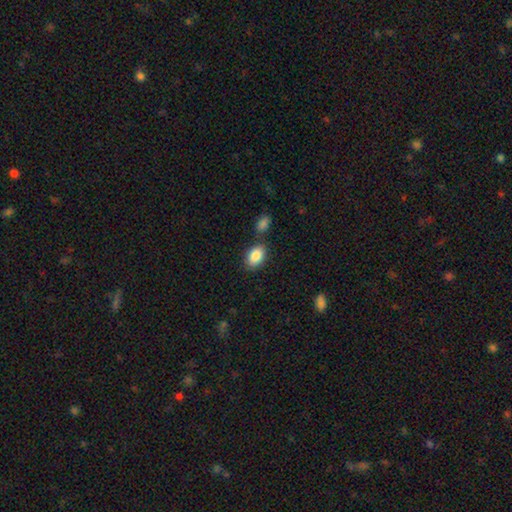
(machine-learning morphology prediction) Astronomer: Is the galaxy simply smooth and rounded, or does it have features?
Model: smooth — 87%.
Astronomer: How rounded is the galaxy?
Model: in between — 87%.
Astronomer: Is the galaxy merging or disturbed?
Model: none — 74%.